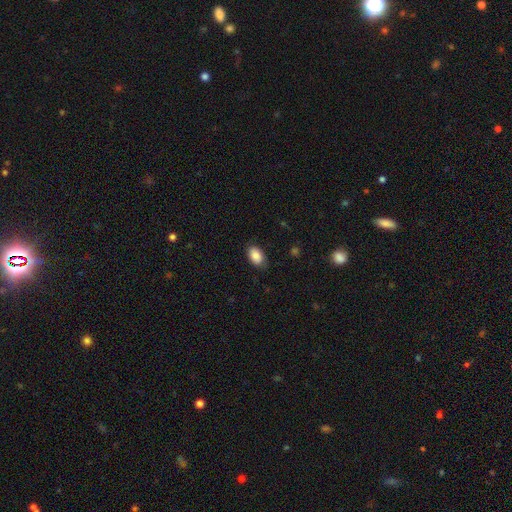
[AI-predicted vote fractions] smooth_or_featured: smooth (p=0.86) [alt: featured or disk p=0.07]
how_rounded: in between (p=0.91) [alt: round p=0.07]
merging: none (p=0.80) [alt: minor disturbance p=0.15]